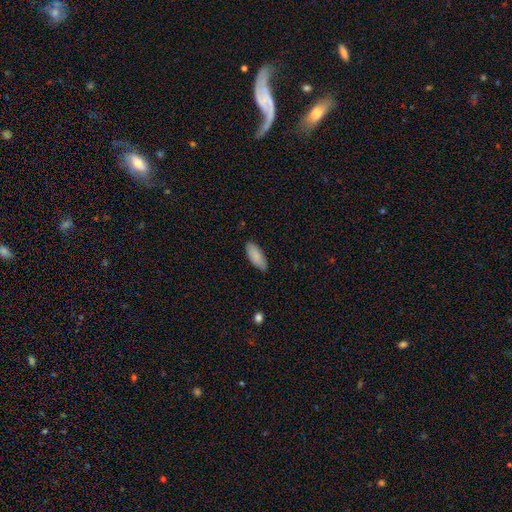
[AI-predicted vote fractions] Overall: smooth (87%). How rounded: in between (80%). Merging: none (83%).